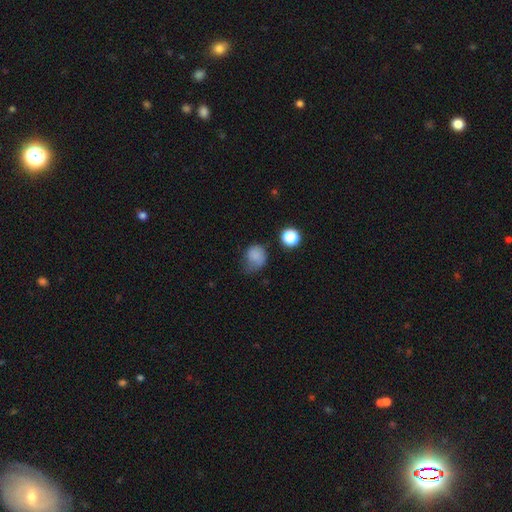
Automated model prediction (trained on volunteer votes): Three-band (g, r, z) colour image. It shows a smooth galaxy with no disk features (78%) that is round (66%). Merging: none (40%).